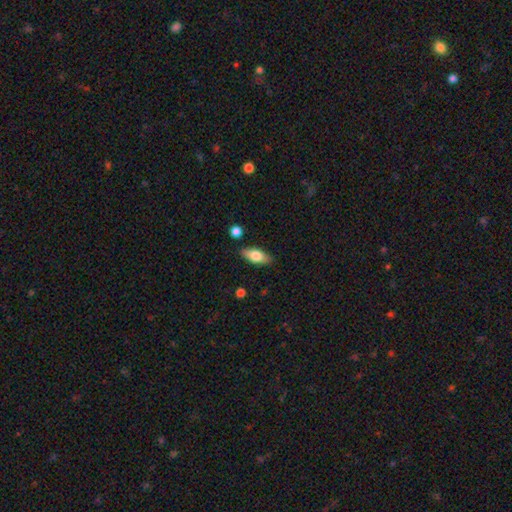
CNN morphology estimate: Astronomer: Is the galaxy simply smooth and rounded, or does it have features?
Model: smooth — 74%.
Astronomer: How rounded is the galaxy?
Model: in between — 82%.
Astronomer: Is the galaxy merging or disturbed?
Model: none — 84%.